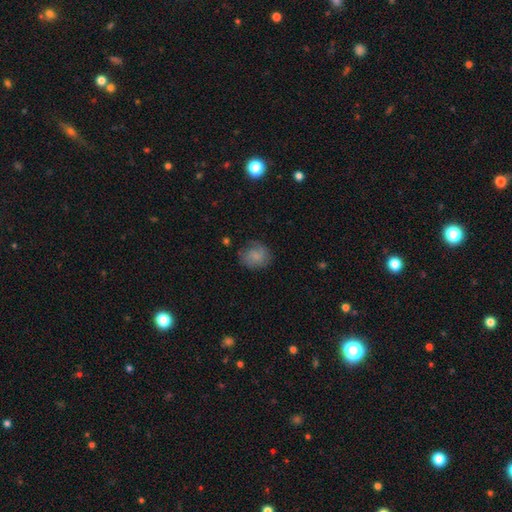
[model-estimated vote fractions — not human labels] Smooth or featured?
  - smooth: 67% *
  - featured or disk: 25%
  - star or artifact: 9%
How rounded?
  - round: 74% *
  - in between: 25%
  - cigar-shaped: 1%
Merging?
  - none: 67% *
  - minor disturbance: 22%
  - major disturbance: 9%
  - merger: 2%